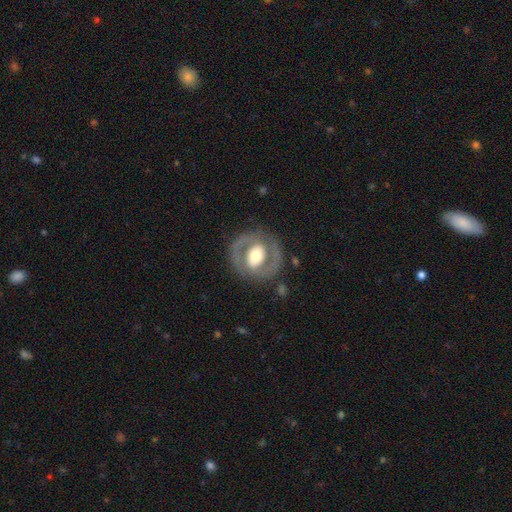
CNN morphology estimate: A featured or disk galaxy (73%) with no bar (42%), spiral arms (59%) and a moderate central bulge (55%). Merging: none (81%).